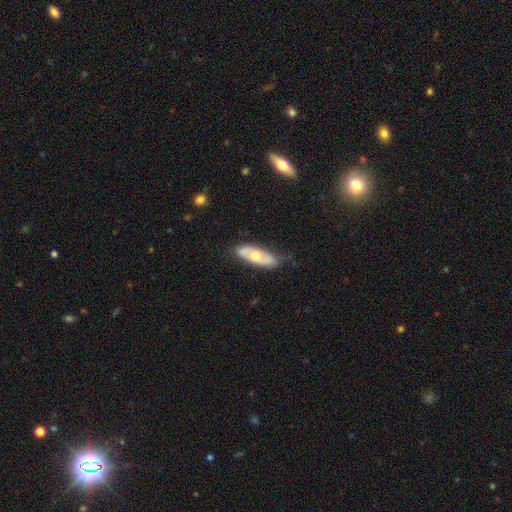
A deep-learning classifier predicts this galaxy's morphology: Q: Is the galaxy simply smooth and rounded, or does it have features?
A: smooth — 47%, tied with featured or disk.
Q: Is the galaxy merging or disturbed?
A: none — 69%.